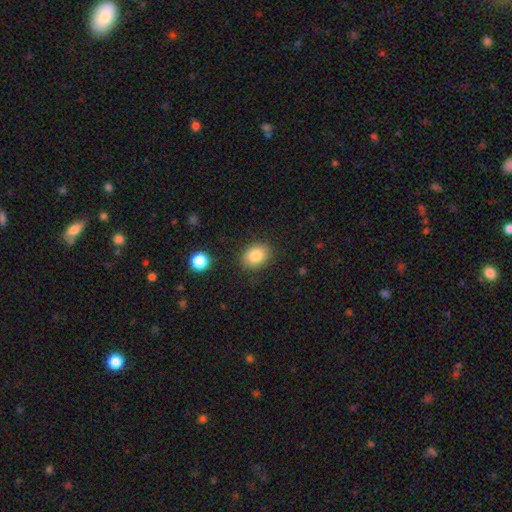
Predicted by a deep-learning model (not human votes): Q: Smooth or featured?
A: smooth (83%); runner-up: star or artifact (9%)
Q: How rounded?
A: in between (58%); runner-up: round (41%)
Q: Merging?
A: none (86%); runner-up: minor disturbance (9%)